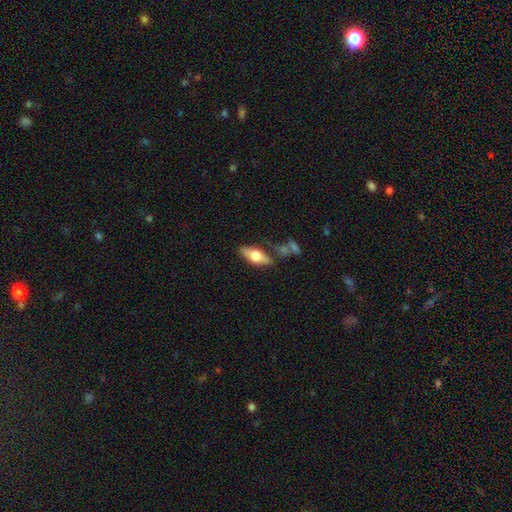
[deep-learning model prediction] A smooth galaxy with no disk features (57%) that is in between round and cigar-shaped (70%). Merging: none (72%).